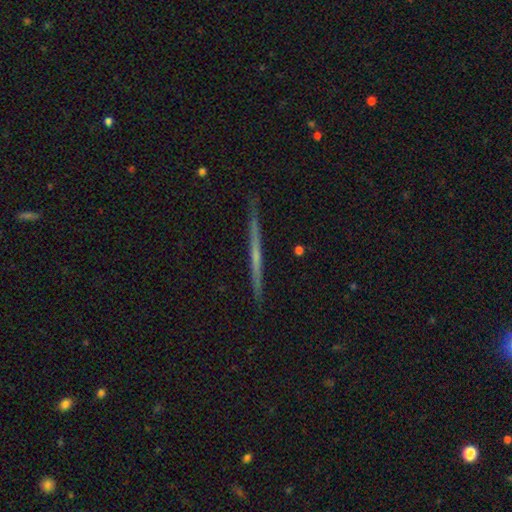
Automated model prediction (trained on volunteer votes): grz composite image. It shows a featured or disk galaxy (67%) viewed edge-on (98%) with no central bulge (79%). Merging: none (91%).